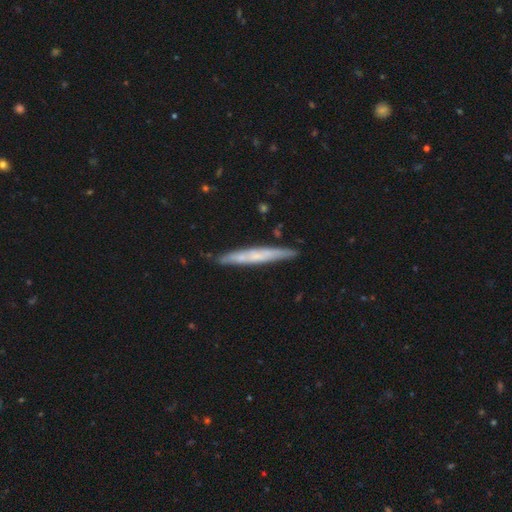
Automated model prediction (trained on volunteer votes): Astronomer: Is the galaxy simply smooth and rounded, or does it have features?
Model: featured or disk — 51% (runner-up: smooth, 43%).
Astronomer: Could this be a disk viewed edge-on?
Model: yes — 89%.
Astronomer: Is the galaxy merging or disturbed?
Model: none — 83%.